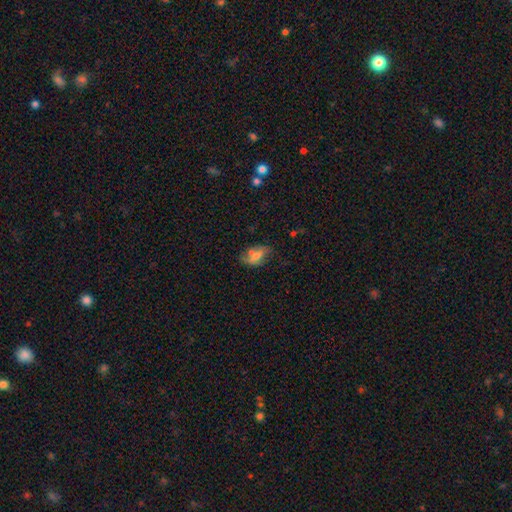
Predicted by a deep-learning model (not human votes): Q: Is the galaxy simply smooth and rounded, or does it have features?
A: smooth — 54%.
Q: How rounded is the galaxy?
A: in between — 87%.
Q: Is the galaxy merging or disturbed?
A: none — 56%.